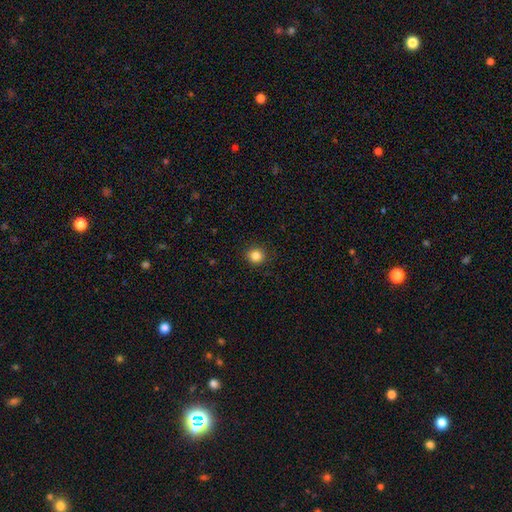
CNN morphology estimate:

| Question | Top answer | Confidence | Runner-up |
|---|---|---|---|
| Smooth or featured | smooth | 84% | star or artifact (11%) |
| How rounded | round | 90% | in between (9%) |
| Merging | none | 91% | minor disturbance (6%) |